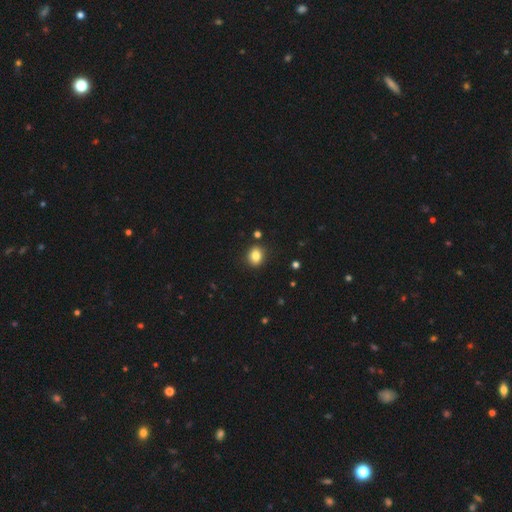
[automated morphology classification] The model was most divided on "how rounded": round: 51%, in between: 48%, cigar-shaped: 1%. More confident: merging — none (87%); smooth or featured — smooth (83%).